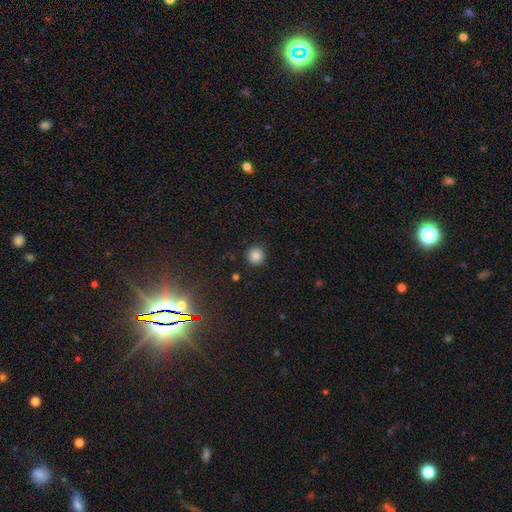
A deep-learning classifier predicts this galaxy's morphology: smooth 84%, star or artifact 12%, featured or disk 3%. Down the decision tree: how rounded — round (94%); merging — none (90%).